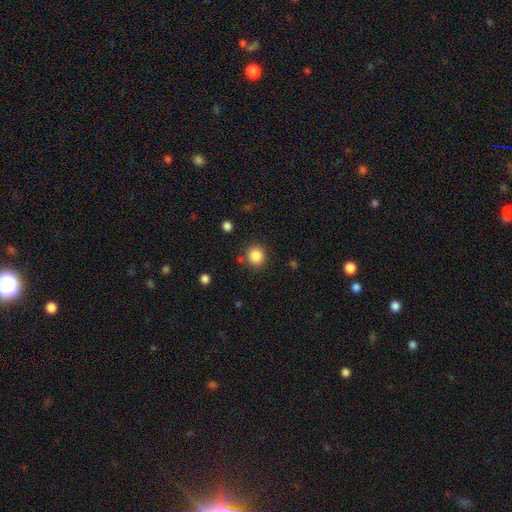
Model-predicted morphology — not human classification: Overall: smooth (86%). How rounded: round (90%). Merging: none (84%).